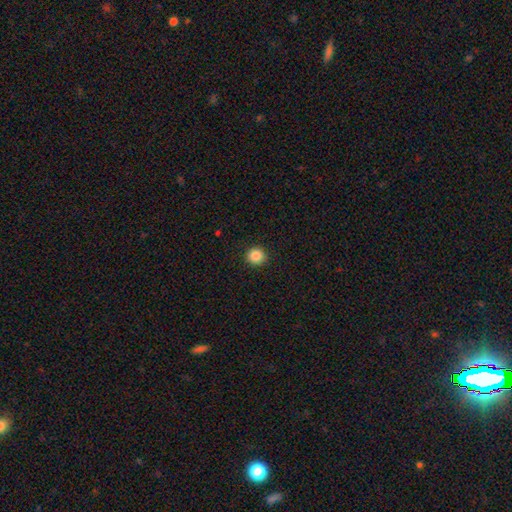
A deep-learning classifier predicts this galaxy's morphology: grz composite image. It shows a smooth galaxy with no disk features (87%) that is round (94%). Merging: none (93%).